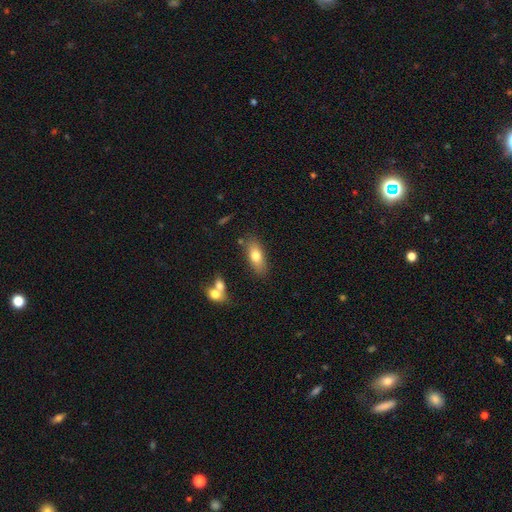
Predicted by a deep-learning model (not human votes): smooth 74%, featured or disk 18%, star or artifact 7%. Down the decision tree: how rounded — in between (79%); merging — none (77%).